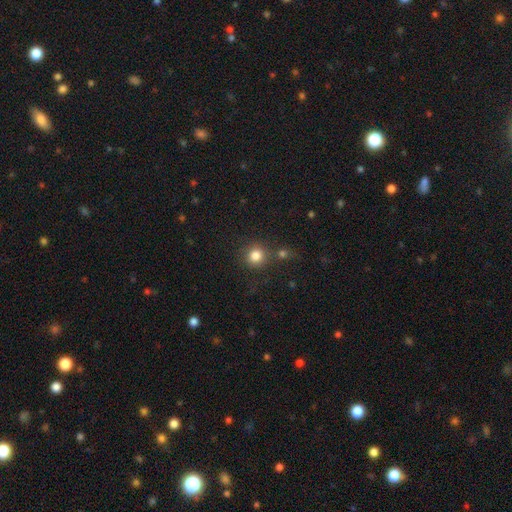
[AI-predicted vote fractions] This is clearly a smooth galaxy (83%). How rounded: clearly round (91%). Merging: likely none (73%).